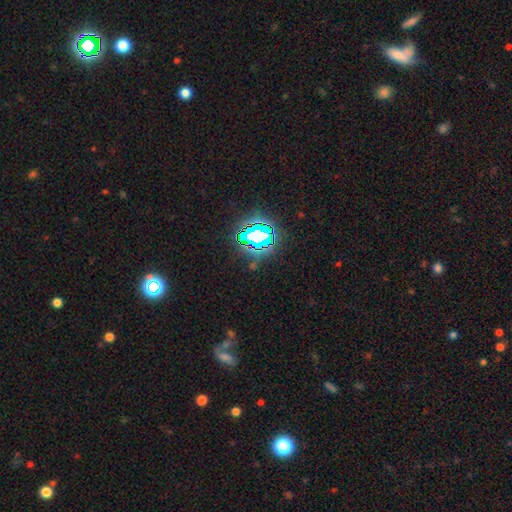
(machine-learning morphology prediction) A star or artifact, not a galaxy (77%).

Vote fractions:
- Smooth or featured? star or artifact: 77% / smooth: 15% / featured or disk: 9%